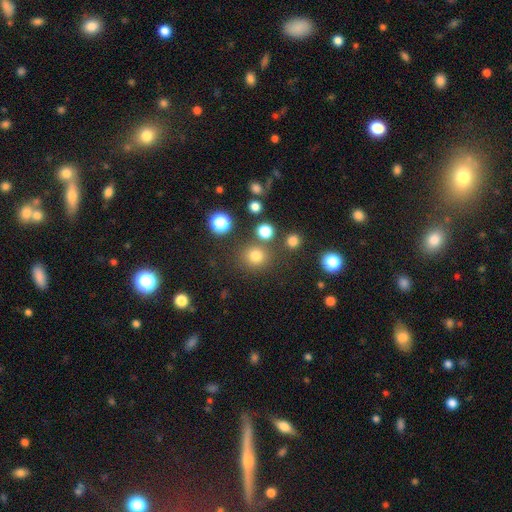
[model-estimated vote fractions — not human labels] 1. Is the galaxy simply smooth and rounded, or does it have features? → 76% smooth, 18% star or artifact, 6% featured or disk.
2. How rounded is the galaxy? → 89% round, 10% in between, 1% cigar-shaped.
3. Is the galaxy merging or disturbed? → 80% none, 8% minor disturbance, 8% merger, 4% major disturbance.